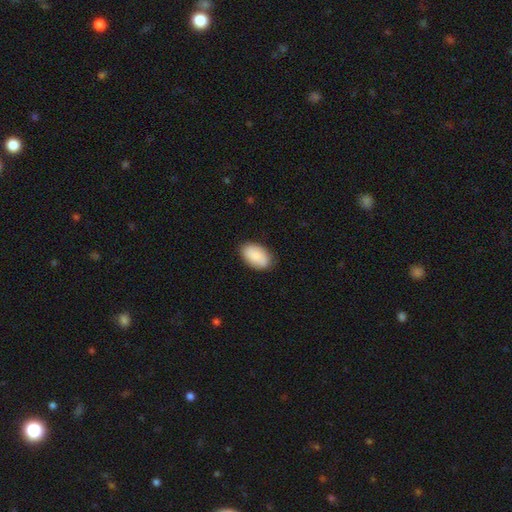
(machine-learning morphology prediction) Smooth or featured? Predicted: smooth (p=0.84). How rounded? Predicted: in between (p=0.92). Merging? Predicted: none (p=0.84).